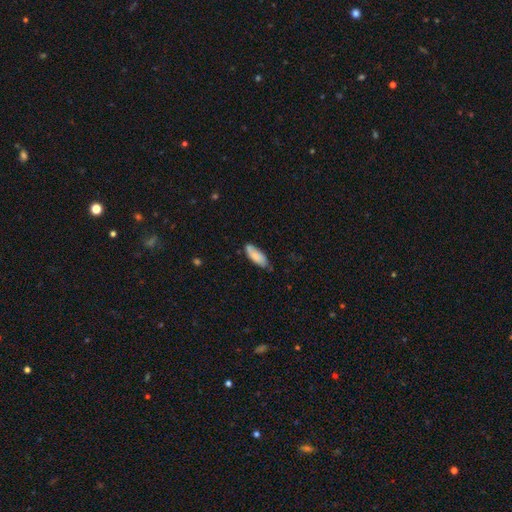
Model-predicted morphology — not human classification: A smooth galaxy with no disk features (81%) that is in between round and cigar-shaped (71%).

Vote fractions:
- Smooth or featured? smooth: 81% / featured or disk: 13% / star or artifact: 6%
- How rounded? in between: 71% / cigar-shaped: 27% / round: 2%
- Merging? none: 65% / minor disturbance: 27% / major disturbance: 4% / merger: 3%